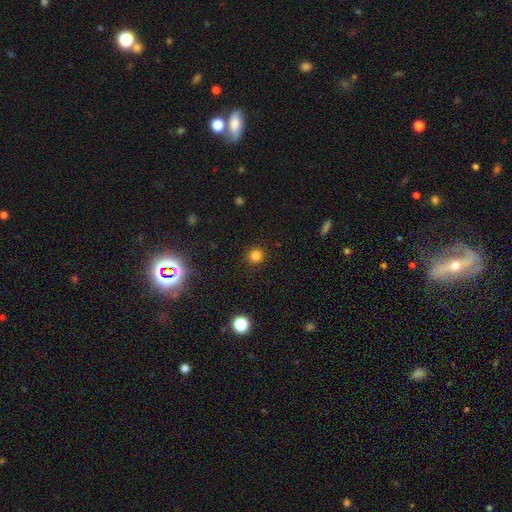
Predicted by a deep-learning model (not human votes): smooth-or-featured: smooth: 80% | star or artifact: 15% | featured or disk: 5%
  how-rounded: round: 94% | in between: 5% | cigar-shaped: 1%
  merging: none: 91% | minor disturbance: 6% | major disturbance: 2% | merger: 1%